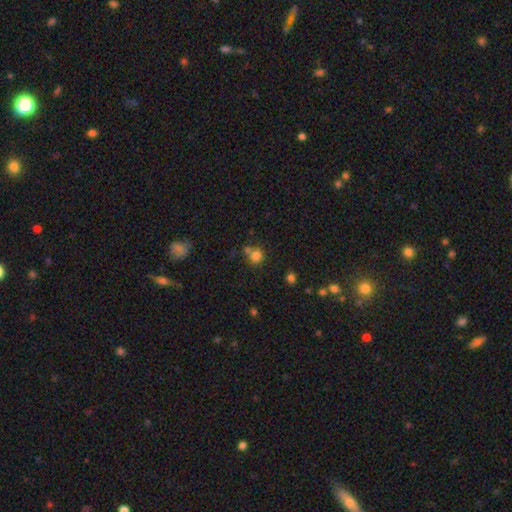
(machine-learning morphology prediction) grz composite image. It shows a smooth galaxy with no disk features (79%) that is round (88%). Merging: none (58%).